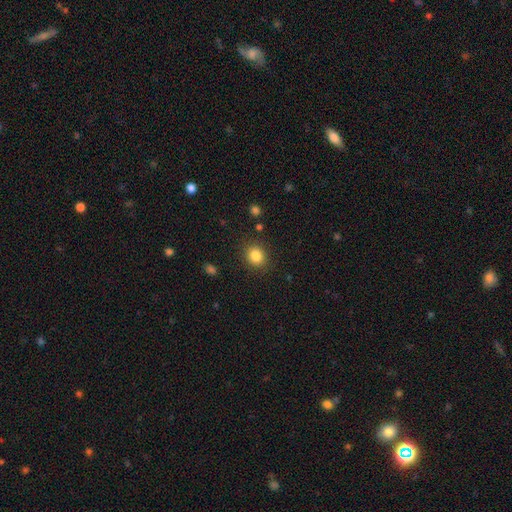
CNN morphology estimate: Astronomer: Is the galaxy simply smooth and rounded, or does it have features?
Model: smooth — 84%.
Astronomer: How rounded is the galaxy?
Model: round — 70%.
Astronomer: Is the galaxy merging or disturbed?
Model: none — 87%.